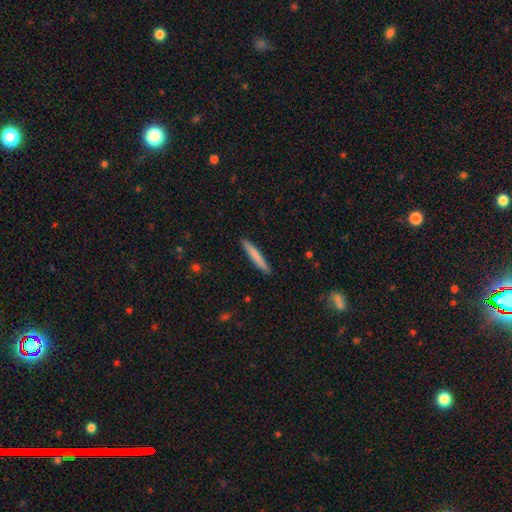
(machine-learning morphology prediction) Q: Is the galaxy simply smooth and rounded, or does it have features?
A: smooth — 76%.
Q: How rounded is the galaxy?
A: cigar-shaped — 96%.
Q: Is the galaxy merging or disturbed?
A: none — 92%.